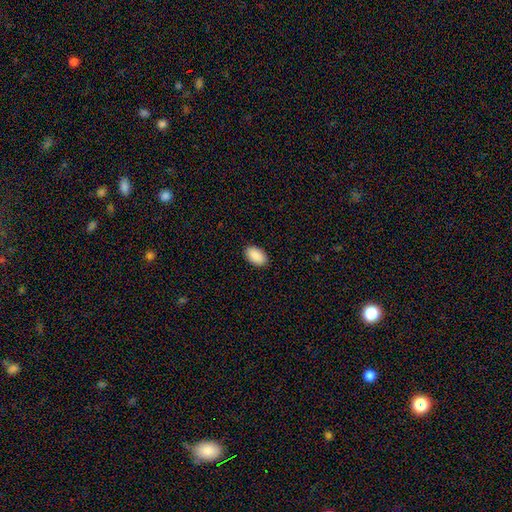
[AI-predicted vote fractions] A smooth galaxy with no disk features (91%) that is in between round and cigar-shaped (95%).

Vote fractions:
- Smooth or featured? smooth: 91% / star or artifact: 6% / featured or disk: 3%
- How rounded? in between: 95% / round: 4% / cigar-shaped: 1%
- Merging? none: 90% / minor disturbance: 7% / major disturbance: 2% / merger: 1%